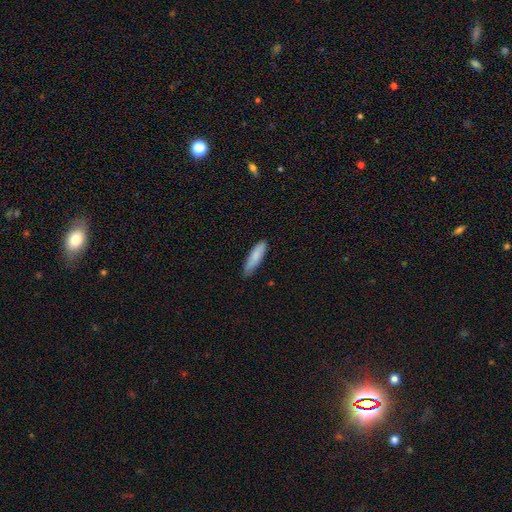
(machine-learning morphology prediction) smooth-or-featured: smooth: 84% | featured or disk: 10% | star or artifact: 6%
  how-rounded: cigar-shaped: 69% | in between: 29% | round: 1%
  merging: none: 80% | minor disturbance: 17% | major disturbance: 2% | merger: 1%